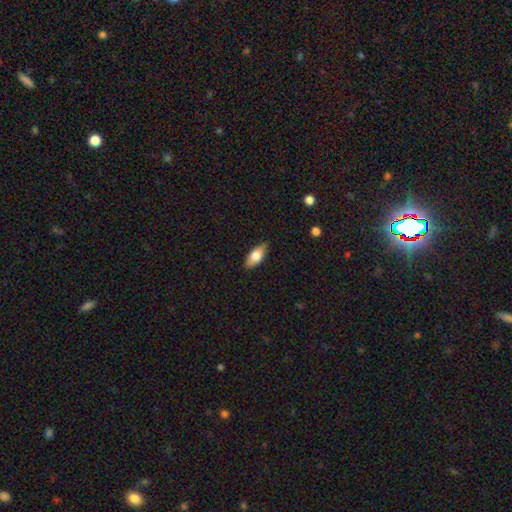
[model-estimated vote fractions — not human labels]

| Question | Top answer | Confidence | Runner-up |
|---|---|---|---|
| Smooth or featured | smooth | 75% | featured or disk (19%) |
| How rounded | in between | 84% | cigar-shaped (13%) |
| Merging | none | 87% | minor disturbance (11%) |